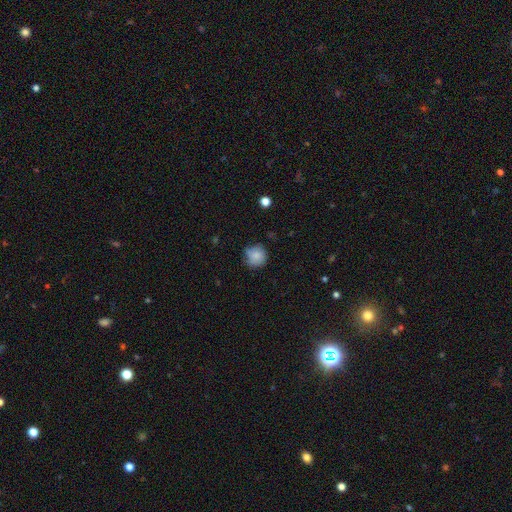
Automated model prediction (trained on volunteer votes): Q: Smooth or featured?
A: smooth (82%); runner-up: featured or disk (9%)
Q: How rounded?
A: round (90%); runner-up: in between (9%)
Q: Merging?
A: none (65%); runner-up: minor disturbance (27%)